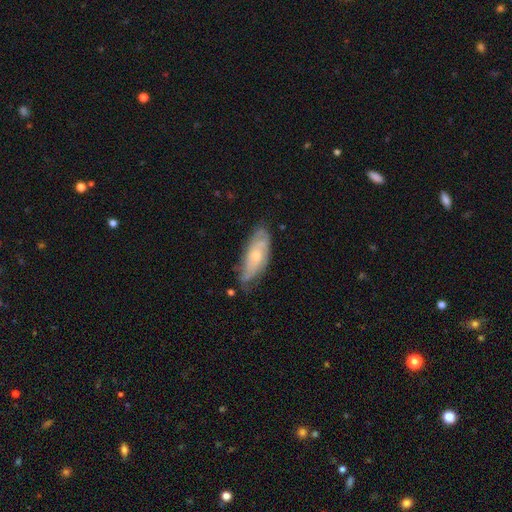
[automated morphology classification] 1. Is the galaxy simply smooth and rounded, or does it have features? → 64% featured or disk, 30% smooth, 6% star or artifact.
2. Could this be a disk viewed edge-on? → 85% no, 15% yes.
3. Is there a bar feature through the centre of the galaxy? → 73% no, 24% weak, 4% strong.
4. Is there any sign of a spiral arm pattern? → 83% yes, 17% no.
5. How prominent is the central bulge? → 50% moderate, 44% small, 3% none, 3% large, 1% dominant.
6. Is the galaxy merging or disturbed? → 63% none, 28% minor disturbance, 7% major disturbance, 2% merger.